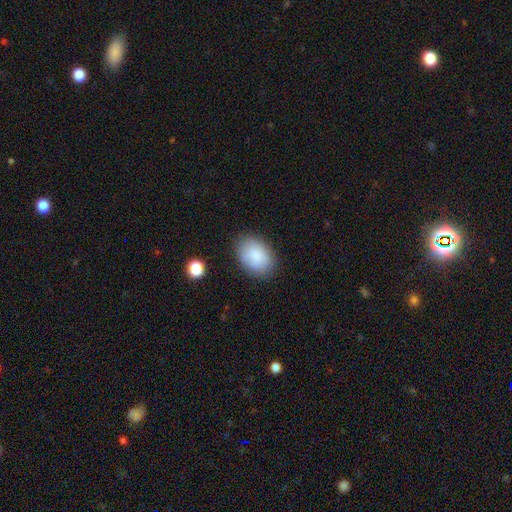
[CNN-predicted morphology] Overall: smooth (86%). How rounded: in between (79%). Merging: none (82%).